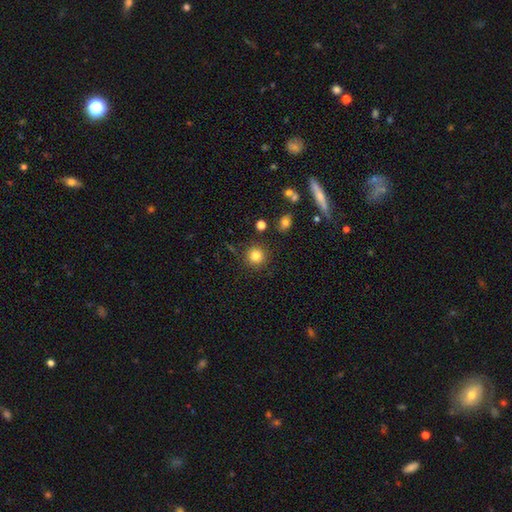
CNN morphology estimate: A smooth galaxy with no disk features (82%) that is round (93%).

Vote fractions:
- Smooth or featured? smooth: 82% / star or artifact: 12% / featured or disk: 6%
- How rounded? round: 93% / in between: 6% / cigar-shaped: 1%
- Merging? none: 86% / minor disturbance: 8% / merger: 3% / major disturbance: 3%